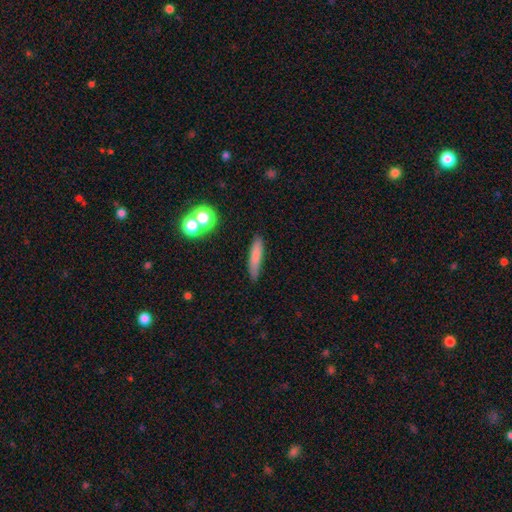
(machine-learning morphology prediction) smooth-or-featured: smooth: 75% | featured or disk: 15% | star or artifact: 10%
  how-rounded: cigar-shaped: 86% | in between: 11% | round: 3%
  merging: none: 82% | minor disturbance: 10% | merger: 4% | major disturbance: 3%